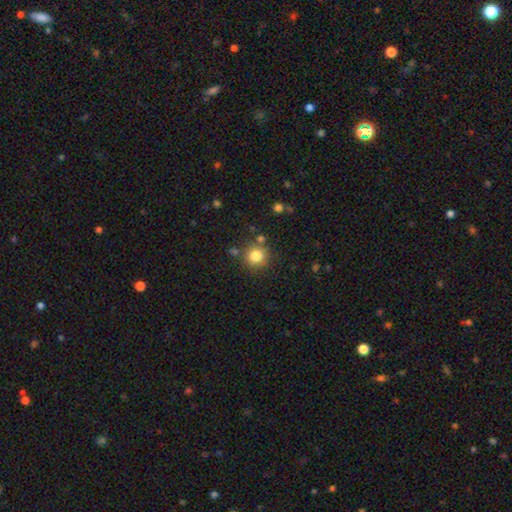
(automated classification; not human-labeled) smooth-or-featured: smooth: 82% | star or artifact: 11% | featured or disk: 6%
  how-rounded: round: 91% | in between: 8% | cigar-shaped: 1%
  merging: none: 79% | minor disturbance: 10% | merger: 7% | major disturbance: 3%